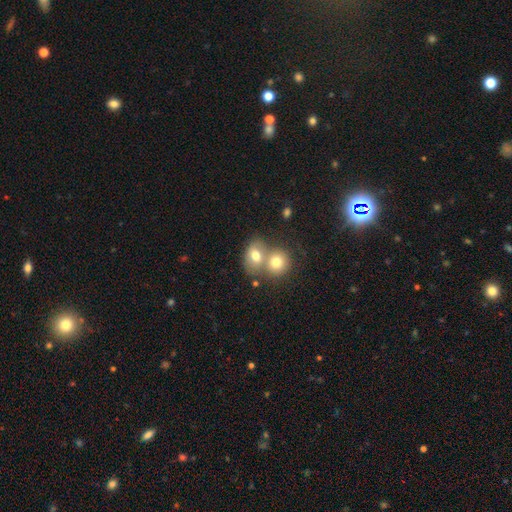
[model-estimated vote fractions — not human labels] This is likely a smooth galaxy (74%). How rounded: possibly in between (55%). Merging: likely merger (61%).